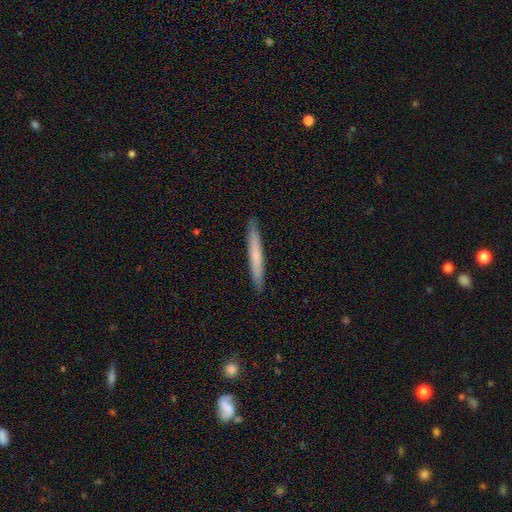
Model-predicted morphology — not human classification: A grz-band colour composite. It shows a smooth galaxy with no disk features (61%) that is cigar-shaped (96%). Merging: none (91%).